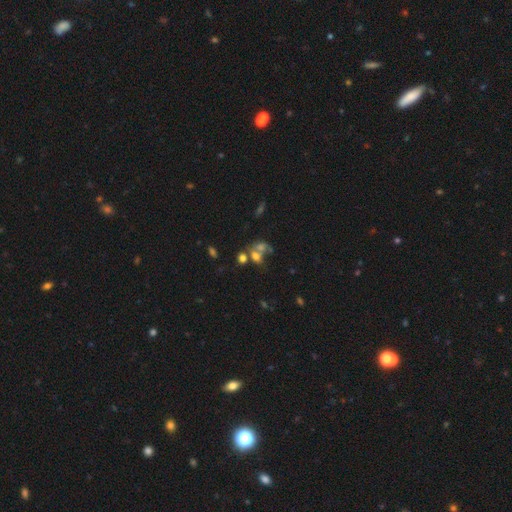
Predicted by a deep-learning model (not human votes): Q: Smooth or featured?
A: smooth (53%); runner-up: featured or disk (25%)
Q: How rounded?
A: in between (50%); runner-up: round (48%)
Q: Merging?
A: merger (51%); runner-up: none (29%)